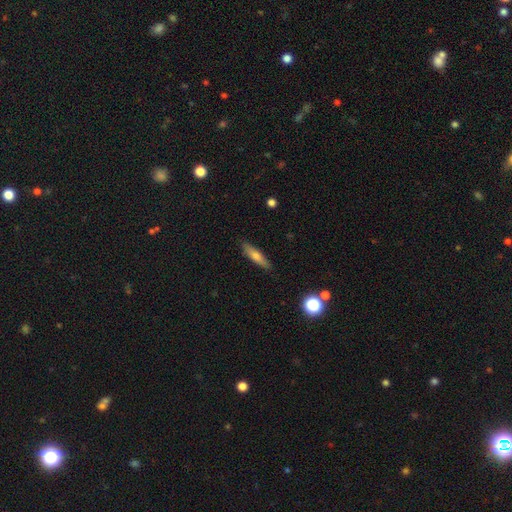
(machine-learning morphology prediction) A smooth galaxy with no disk features (56%) that is cigar-shaped (79%). Merging: none (89%).